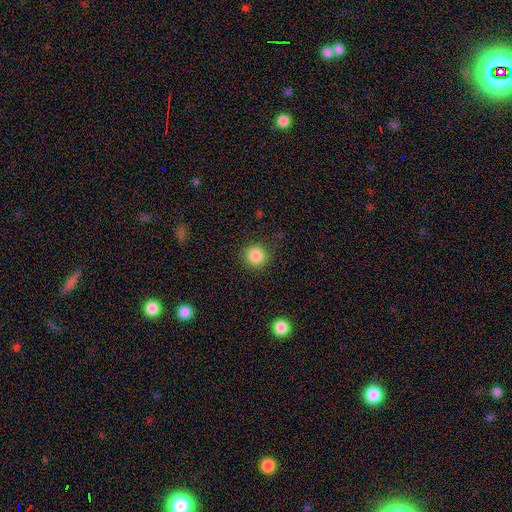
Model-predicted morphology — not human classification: Smooth or featured? smooth (86%)
How rounded? round (93%)
Merging? none (89%)